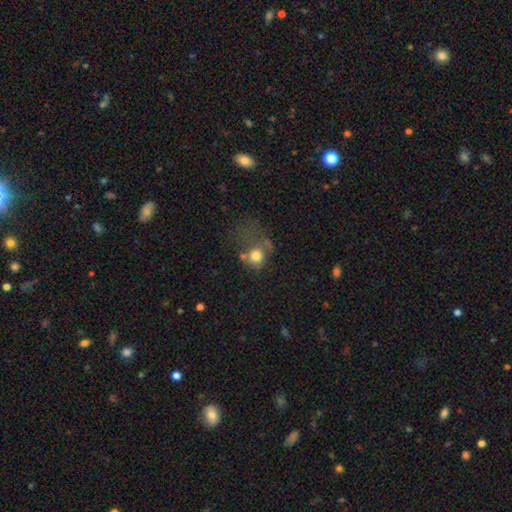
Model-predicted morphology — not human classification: Overall: smooth (71%). How rounded: round (66%; in between 33%). Merging: major disturbance (35%; none 26%).